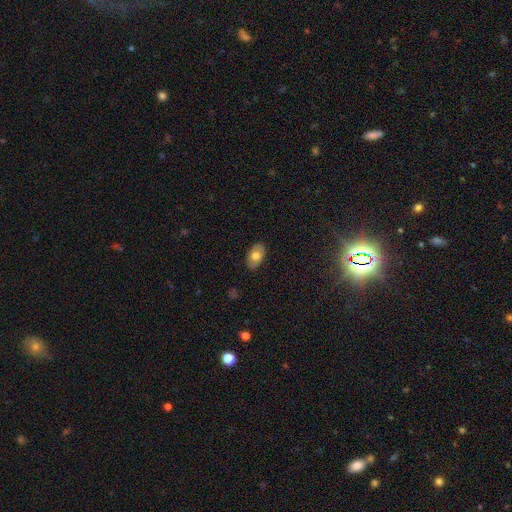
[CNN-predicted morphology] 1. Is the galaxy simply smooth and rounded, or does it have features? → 67% smooth, 26% featured or disk, 7% star or artifact.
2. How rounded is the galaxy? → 90% in between, 8% round, 1% cigar-shaped.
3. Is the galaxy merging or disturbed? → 84% none, 13% minor disturbance, 2% major disturbance, 1% merger.